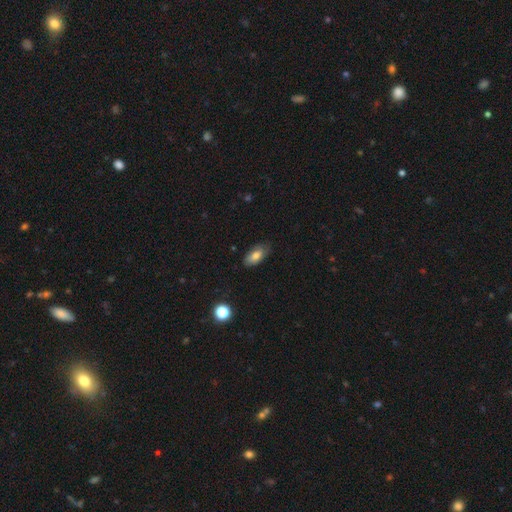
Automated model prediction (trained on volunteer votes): This appears to be a smooth galaxy with no disk features (72%) that is in between round and cigar-shaped (89%). Merging: none (77%).